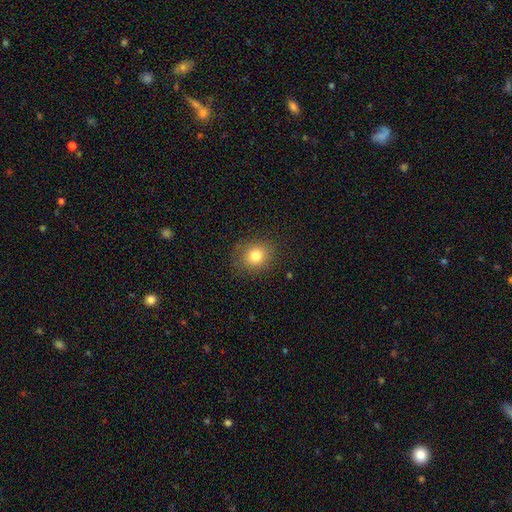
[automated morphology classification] smooth-or-featured: smooth: 80% | star or artifact: 12% | featured or disk: 8%
  how-rounded: round: 73% | in between: 26% | cigar-shaped: 1%
  merging: none: 86% | minor disturbance: 10% | major disturbance: 3% | merger: 1%